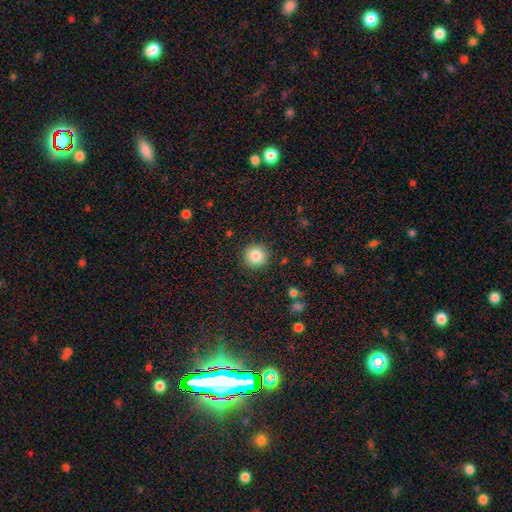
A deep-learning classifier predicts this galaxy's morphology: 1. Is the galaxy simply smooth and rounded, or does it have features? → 85% smooth, 10% star or artifact, 6% featured or disk.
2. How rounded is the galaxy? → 95% round, 4% in between, 1% cigar-shaped.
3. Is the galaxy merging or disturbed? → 91% none, 6% minor disturbance, 2% major disturbance, 1% merger.